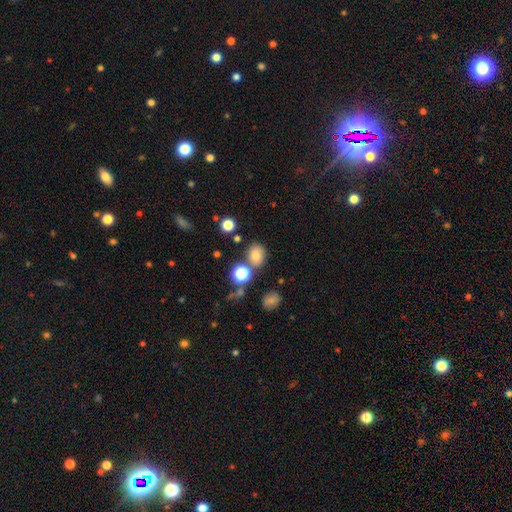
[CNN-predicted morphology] smooth 75%, star or artifact 16%, featured or disk 8%. Down the decision tree: how rounded — round (51%); merging — none (72%).